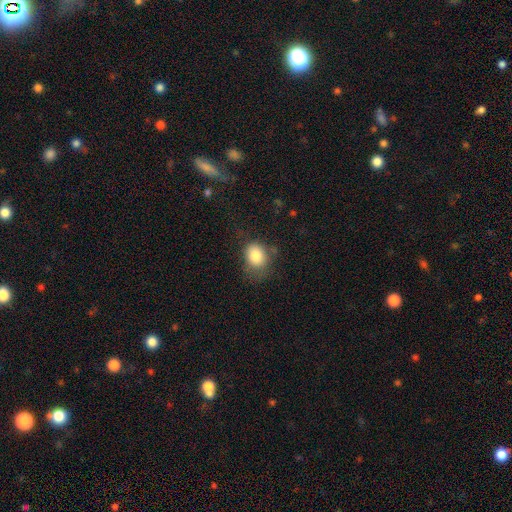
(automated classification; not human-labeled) smooth 83%, star or artifact 9%, featured or disk 8%. Down the decision tree: how rounded — in between (55%); merging — none (58%).